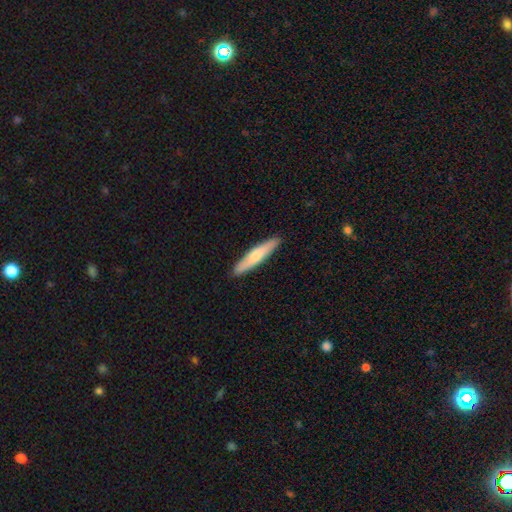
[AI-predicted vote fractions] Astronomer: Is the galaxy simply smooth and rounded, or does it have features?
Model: smooth — 64%.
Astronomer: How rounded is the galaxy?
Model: cigar-shaped — 90%.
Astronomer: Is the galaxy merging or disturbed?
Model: none — 91%.